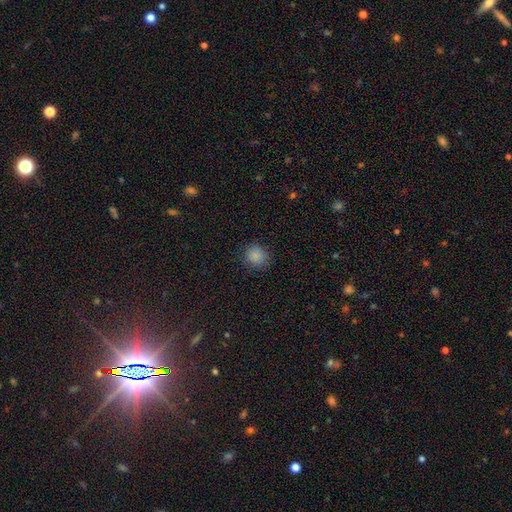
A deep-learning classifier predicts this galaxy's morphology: smooth_or_featured: smooth (p=0.86) [alt: star or artifact p=0.11]
how_rounded: round (p=0.84) [alt: in between p=0.15]
merging: none (p=0.88) [alt: minor disturbance p=0.08]